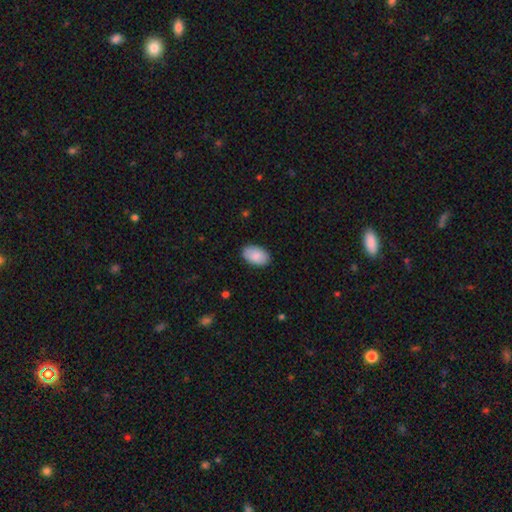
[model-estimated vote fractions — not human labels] The model was most divided on "merging": none: 88%, minor disturbance: 9%, major disturbance: 2%, merger: 1%. More confident: how rounded — in between (93%); smooth or featured — smooth (87%).